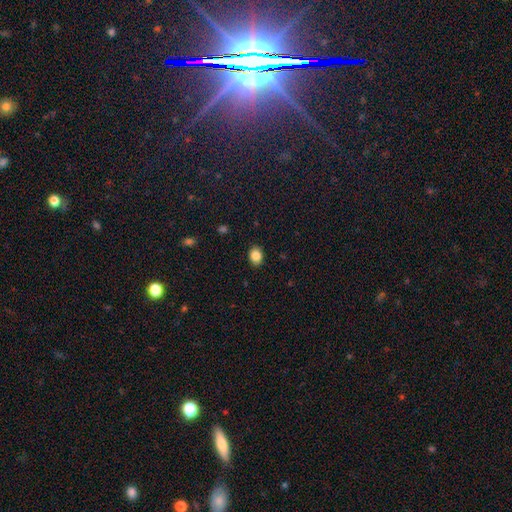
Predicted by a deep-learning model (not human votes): Overall: smooth (86%). How rounded: in between (61%; round 38%). Merging: none (89%).